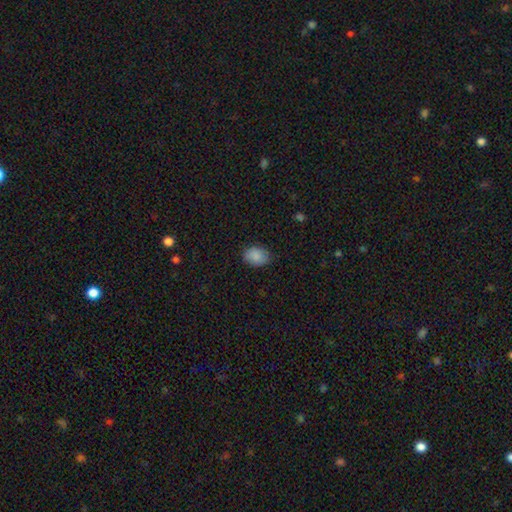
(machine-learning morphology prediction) type=smooth (88%); roundness=in between (73%); merging=none (82%).